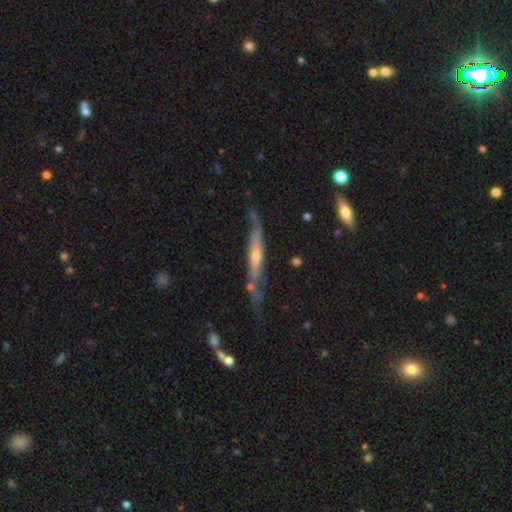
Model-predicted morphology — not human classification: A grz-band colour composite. It shows a featured or disk galaxy (71%) viewed edge-on (80%) with a rounded central bulge (67%). Merging: none (55%).